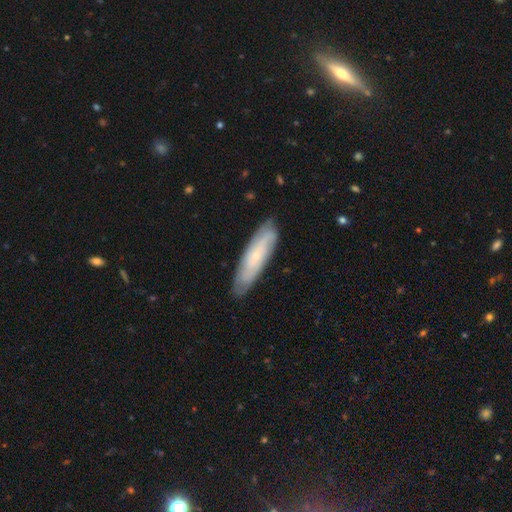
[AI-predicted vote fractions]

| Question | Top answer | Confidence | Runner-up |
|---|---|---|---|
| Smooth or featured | featured or disk | 50% | smooth (43%) |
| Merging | none | 81% | minor disturbance (15%) |